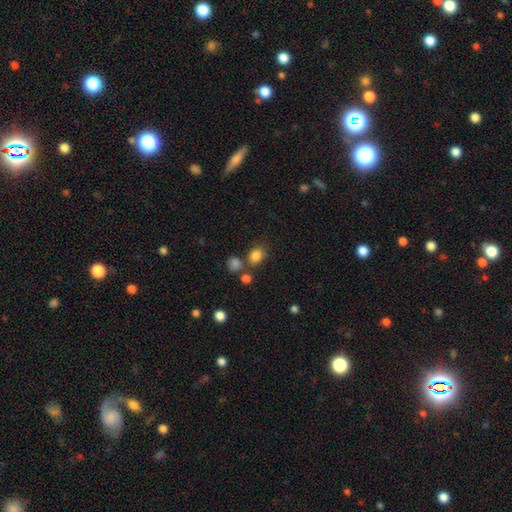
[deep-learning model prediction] Smooth or featured?
  - smooth: 82% *
  - star or artifact: 12%
  - featured or disk: 6%
How rounded?
  - round: 52% *
  - in between: 47%
  - cigar-shaped: 1%
Merging?
  - none: 64% *
  - merger: 17%
  - minor disturbance: 13%
  - major disturbance: 5%